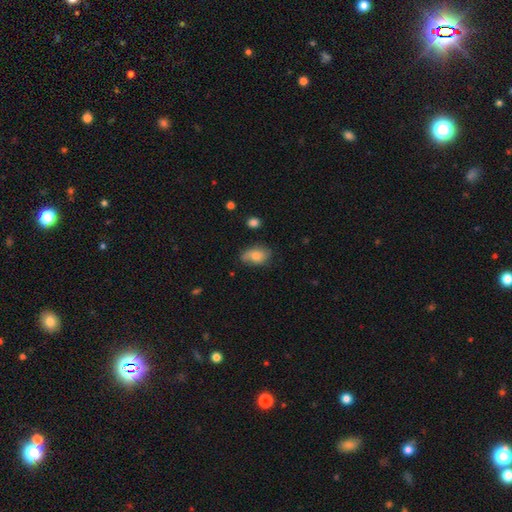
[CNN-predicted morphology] This is likely a smooth galaxy (72%). How rounded: clearly in between (85%). Merging: possibly none (59%).